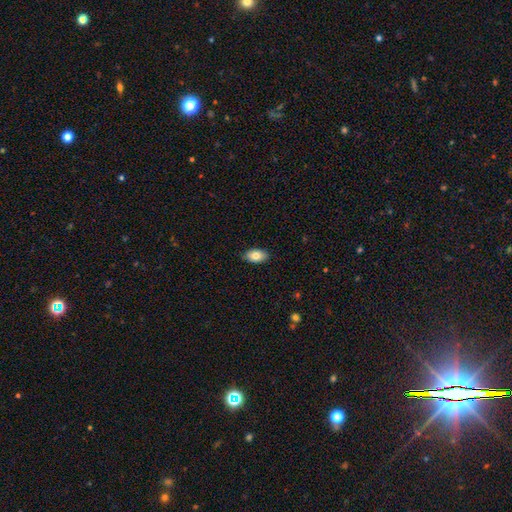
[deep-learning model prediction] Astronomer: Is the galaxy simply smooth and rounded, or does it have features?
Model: smooth — 80%.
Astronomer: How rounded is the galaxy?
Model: in between — 92%.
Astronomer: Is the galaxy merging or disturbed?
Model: none — 85%.